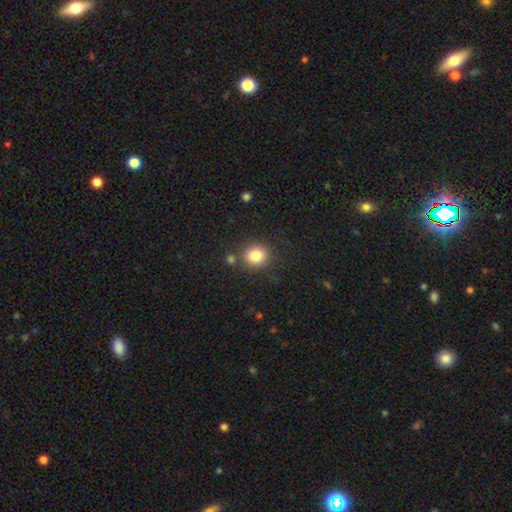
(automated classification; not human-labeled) Q: Smooth or featured?
A: smooth (83%); runner-up: star or artifact (11%)
Q: How rounded?
A: round (80%); runner-up: in between (20%)
Q: Merging?
A: none (81%); runner-up: minor disturbance (9%)